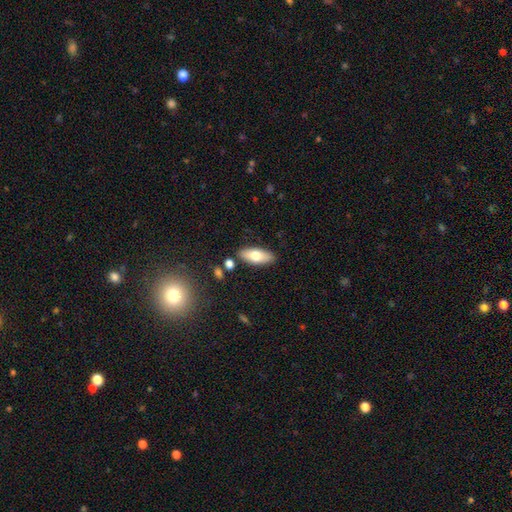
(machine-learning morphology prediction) smooth_or_featured: smooth (p=0.70) [alt: featured or disk p=0.23]
how_rounded: in between (p=0.79) [alt: cigar-shaped p=0.19]
merging: none (p=0.85) [alt: minor disturbance p=0.09]